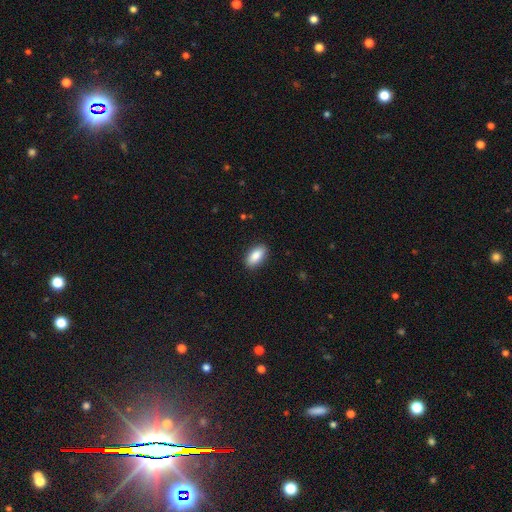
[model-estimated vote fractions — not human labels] A smooth galaxy with no disk features (88%) that is in between round and cigar-shaped (92%).

Vote fractions:
- Smooth or featured? smooth: 88% / star or artifact: 6% / featured or disk: 6%
- How rounded? in between: 92% / cigar-shaped: 5% / round: 3%
- Merging? none: 89% / minor disturbance: 8% / major disturbance: 2% / merger: 1%